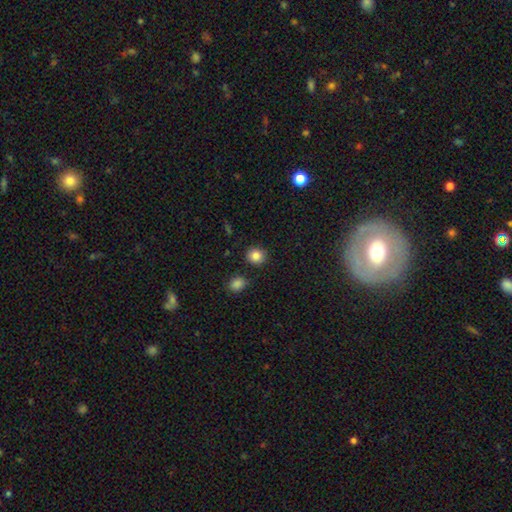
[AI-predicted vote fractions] smooth_or_featured: smooth (p=0.85) [alt: star or artifact p=0.10]
how_rounded: round (p=0.82) [alt: in between p=0.17]
merging: none (p=0.87) [alt: minor disturbance p=0.07]